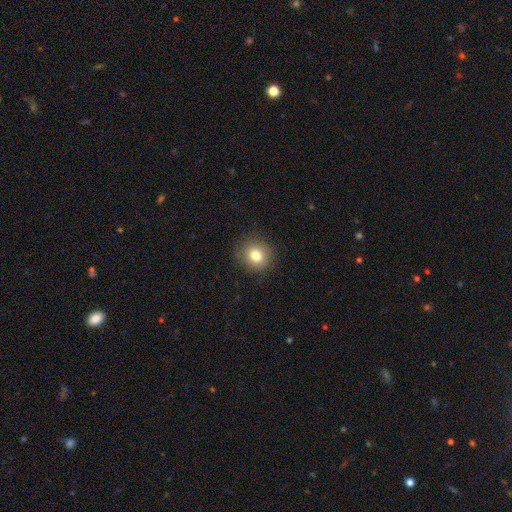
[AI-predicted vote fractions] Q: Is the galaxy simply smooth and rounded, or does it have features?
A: smooth — 80%.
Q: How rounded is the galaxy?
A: round — 81%.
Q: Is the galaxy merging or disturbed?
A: none — 88%.